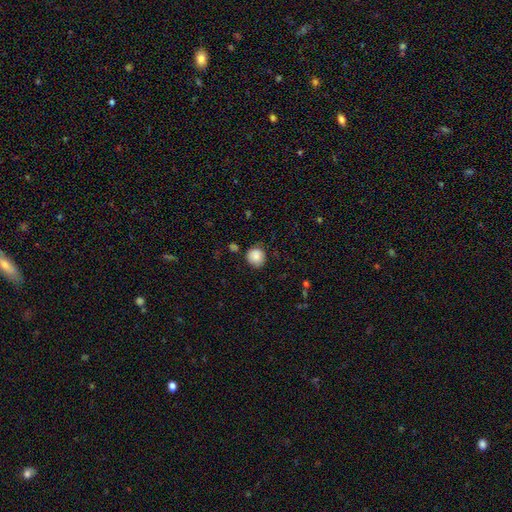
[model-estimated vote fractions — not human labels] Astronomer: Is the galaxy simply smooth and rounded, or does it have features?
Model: smooth — 85%.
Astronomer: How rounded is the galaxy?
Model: round — 88%.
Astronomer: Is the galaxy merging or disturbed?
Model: none — 80%.